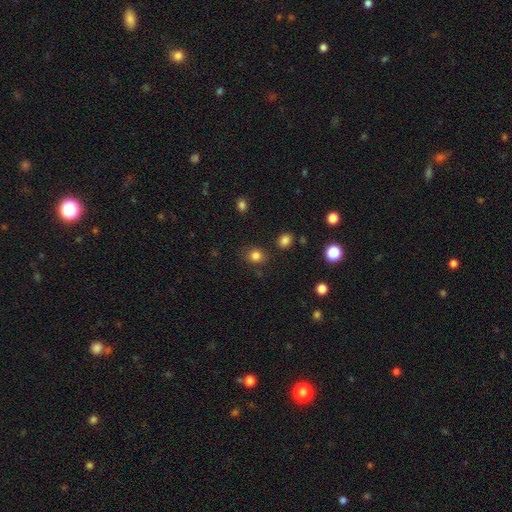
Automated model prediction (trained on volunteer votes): A smooth galaxy with no disk features (82%) that is round (73%). Merging: none (81%).